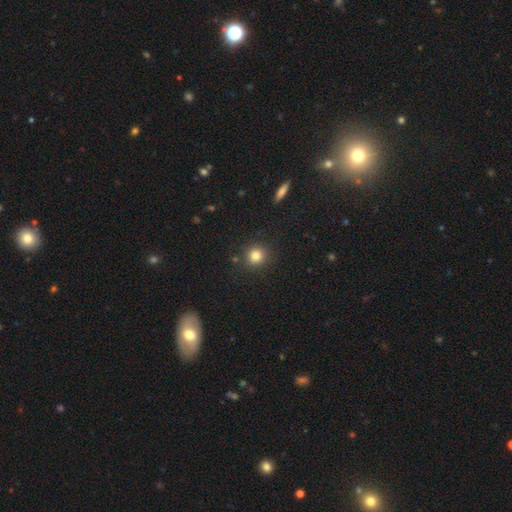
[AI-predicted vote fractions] This is clearly a smooth galaxy (82%). How rounded: clearly round (90%). Merging: clearly none (88%).